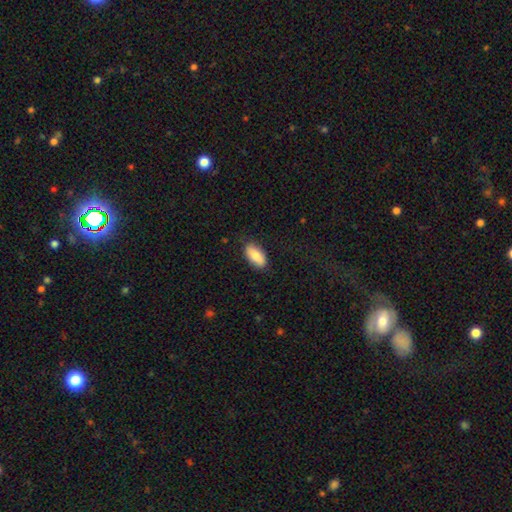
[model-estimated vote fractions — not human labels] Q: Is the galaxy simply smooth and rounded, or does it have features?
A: smooth — 83%.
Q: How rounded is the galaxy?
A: in between — 91%.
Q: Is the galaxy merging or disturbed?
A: none — 83%.